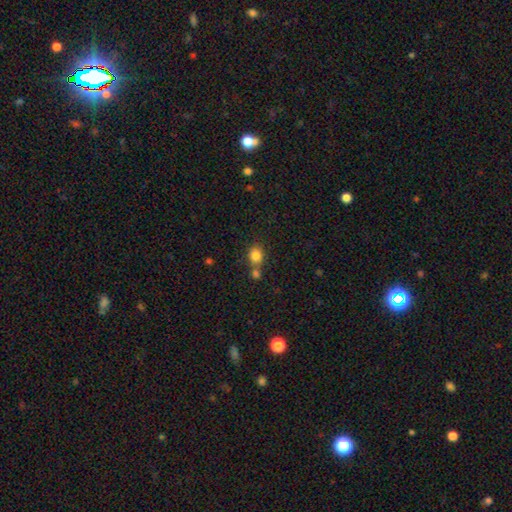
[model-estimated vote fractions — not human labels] A smooth galaxy with no disk features (83%) that is round (59%).

Vote fractions:
- Smooth or featured? smooth: 83% / star or artifact: 10% / featured or disk: 7%
- How rounded? round: 59% / in between: 40% / cigar-shaped: 1%
- Merging? none: 50% / merger: 36% / minor disturbance: 10% / major disturbance: 3%